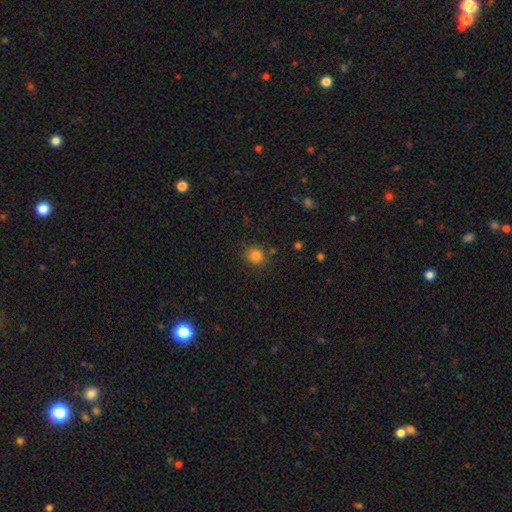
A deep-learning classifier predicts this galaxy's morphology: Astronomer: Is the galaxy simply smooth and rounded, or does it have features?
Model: smooth — 82%.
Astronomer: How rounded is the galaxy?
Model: round — 84%.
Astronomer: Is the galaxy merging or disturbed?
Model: none — 84%.